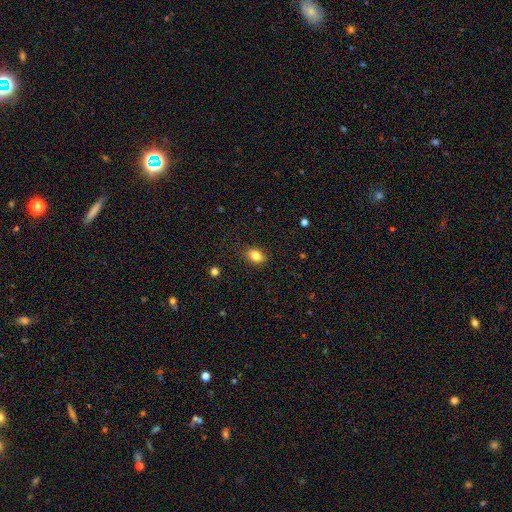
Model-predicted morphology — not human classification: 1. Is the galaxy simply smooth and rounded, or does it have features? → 83% smooth, 10% star or artifact, 7% featured or disk.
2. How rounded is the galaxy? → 71% in between, 27% round, 1% cigar-shaped.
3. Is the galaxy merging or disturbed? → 85% none, 11% minor disturbance, 3% major disturbance, 1% merger.